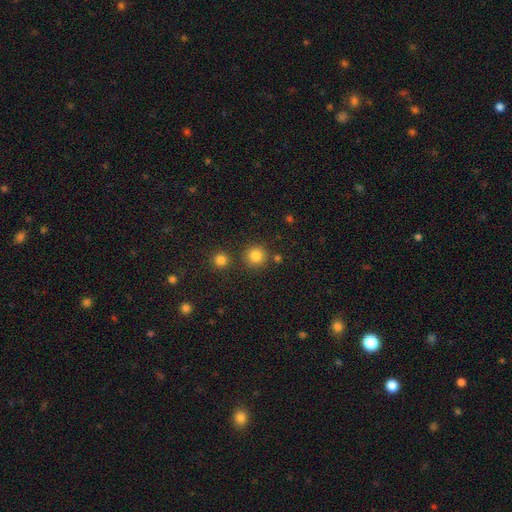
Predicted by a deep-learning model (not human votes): The model was most divided on "smooth or featured": smooth: 84%, star or artifact: 12%, featured or disk: 4%. More confident: how rounded — round (93%); merging — none (83%).